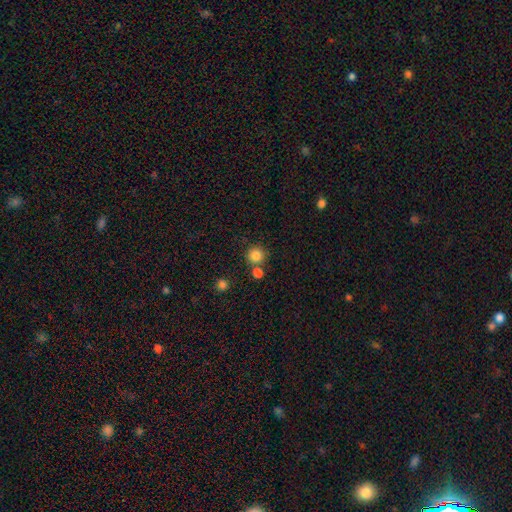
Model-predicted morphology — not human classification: The model was most divided on "merging": none: 72%, merger: 17%, minor disturbance: 7%, major disturbance: 3%. More confident: how rounded — round (94%); smooth or featured — smooth (83%).